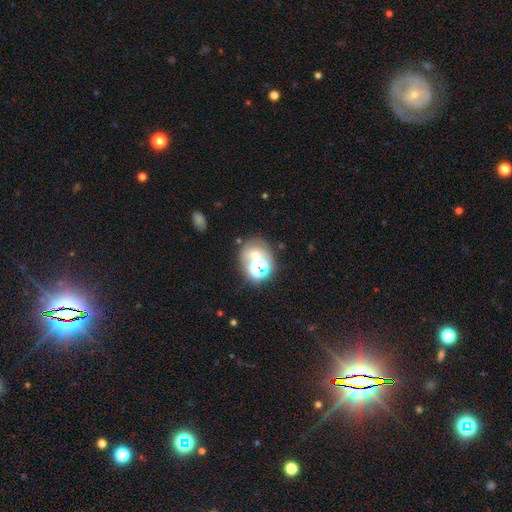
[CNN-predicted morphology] Smooth or featured? Predicted: smooth (p=0.45). Merging? Predicted: none (p=0.47).